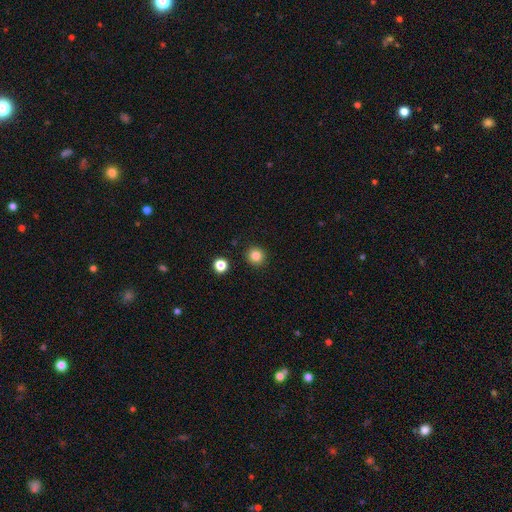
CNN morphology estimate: smooth 84%, star or artifact 12%, featured or disk 5%. Down the decision tree: how rounded — round (93%); merging — none (91%).